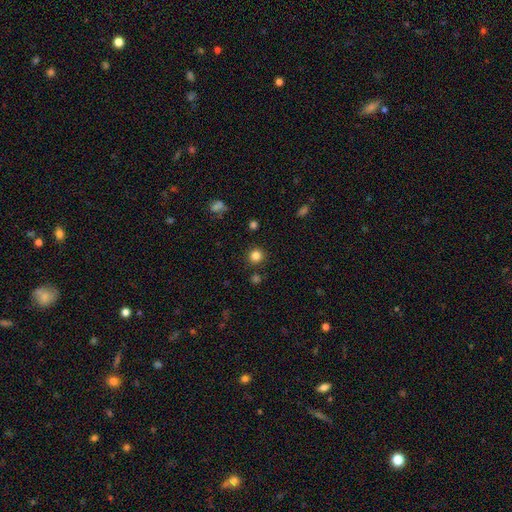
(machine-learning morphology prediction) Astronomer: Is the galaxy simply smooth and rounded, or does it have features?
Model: smooth — 83%.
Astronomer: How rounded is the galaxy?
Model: round — 93%.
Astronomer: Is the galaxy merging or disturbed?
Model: none — 89%.